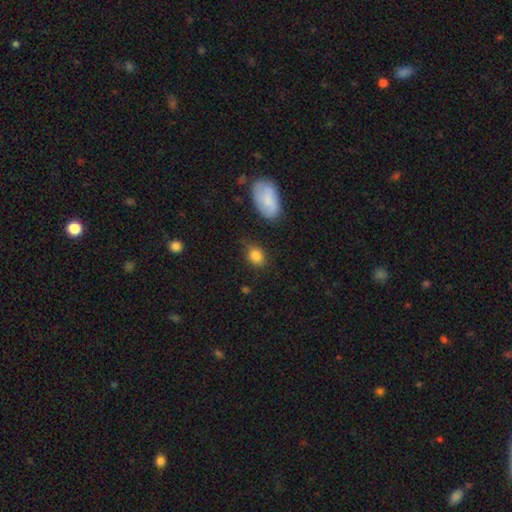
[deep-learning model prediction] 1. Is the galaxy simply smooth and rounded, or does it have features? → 84% smooth, 9% star or artifact, 7% featured or disk.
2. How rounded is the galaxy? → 56% in between, 43% round, 2% cigar-shaped.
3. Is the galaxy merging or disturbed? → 73% none, 19% minor disturbance, 5% major disturbance, 3% merger.